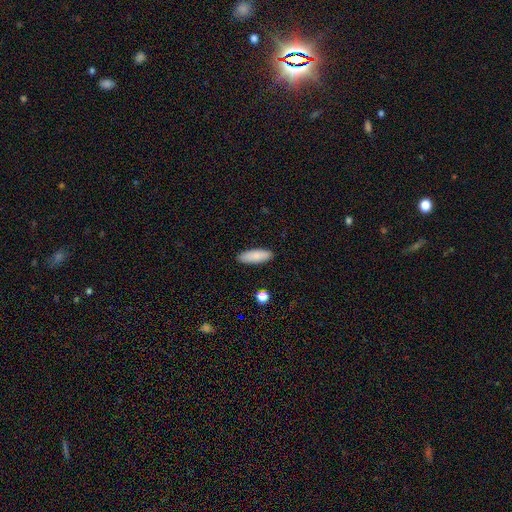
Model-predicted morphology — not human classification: Smooth or featured: smooth — 87% (featured or disk — 7%)
How rounded: in between — 65% (cigar-shaped — 33%)
Merging: none — 89% (minor disturbance — 8%)